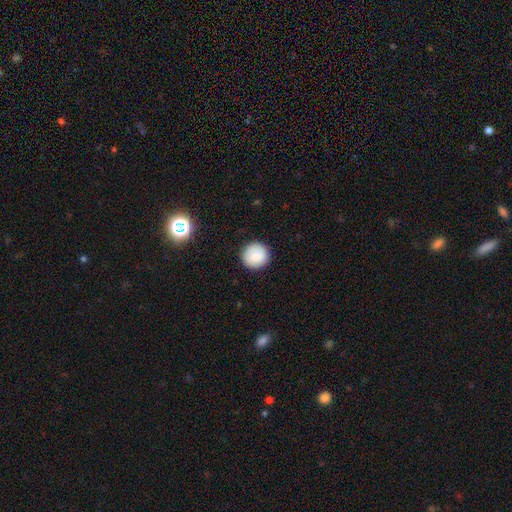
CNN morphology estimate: Smooth or featured: smooth — 85% (star or artifact — 8%)
How rounded: round — 94% (in between — 5%)
Merging: none — 90% (minor disturbance — 7%)